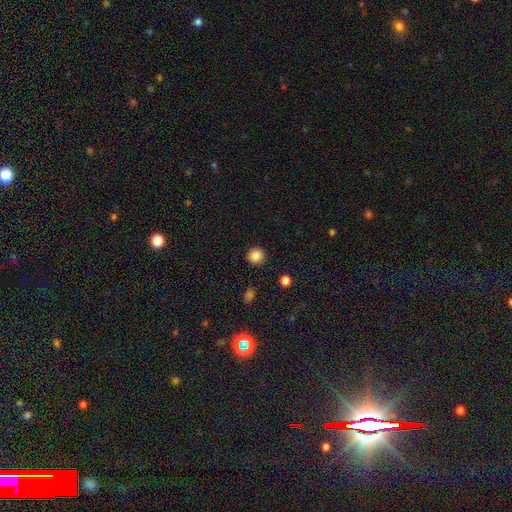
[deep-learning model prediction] Smooth or featured? smooth (86%)
How rounded? round (94%)
Merging? none (92%)